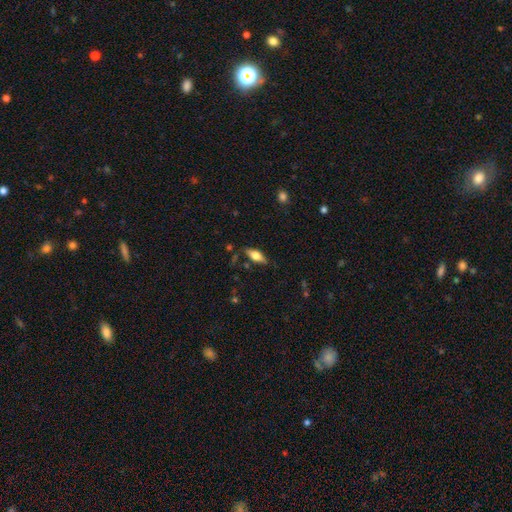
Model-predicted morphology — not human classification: type=smooth (55%); roundness=in between (72%); merging=none (80%).